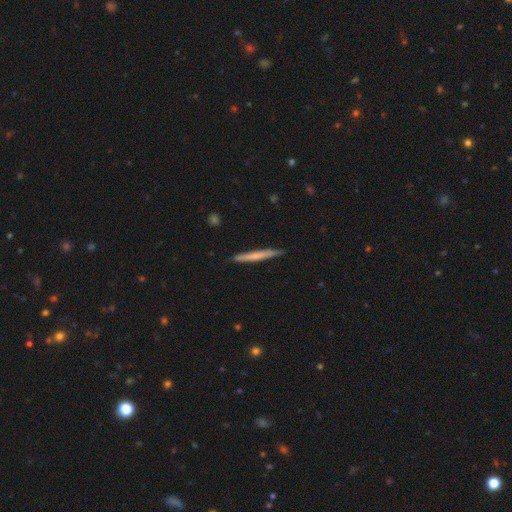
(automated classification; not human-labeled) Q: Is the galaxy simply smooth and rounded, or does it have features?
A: smooth — 57%.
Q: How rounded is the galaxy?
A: cigar-shaped — 97%.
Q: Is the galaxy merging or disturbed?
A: none — 88%.